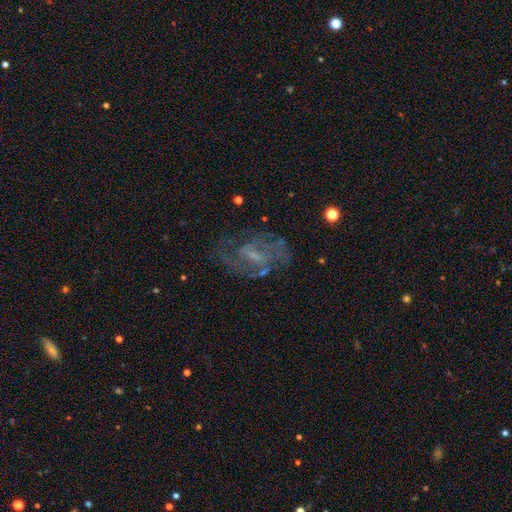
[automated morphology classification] smooth_or_featured: featured or disk (p=0.74) [alt: star or artifact p=0.13]
disk_edge_on: no (p=0.95) [alt: yes p=0.05]
bar: weak (p=0.51) [alt: no p=0.27]
has_spiral_arms: yes (p=0.82) [alt: no p=0.18]
spiral_winding: medium (p=0.48) [alt: tight p=0.29]
spiral_arm_count: 2 (p=0.50) [alt: can't tell p=0.30]
bulge_size: small (p=0.44) [alt: none p=0.30]
merging: none (p=0.62) [alt: minor disturbance p=0.18]